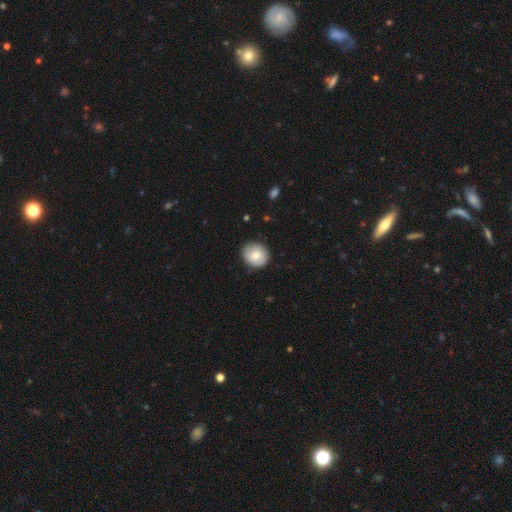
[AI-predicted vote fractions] Morphology: type=smooth (74%); roundness=round (81%); merging=none (83%).